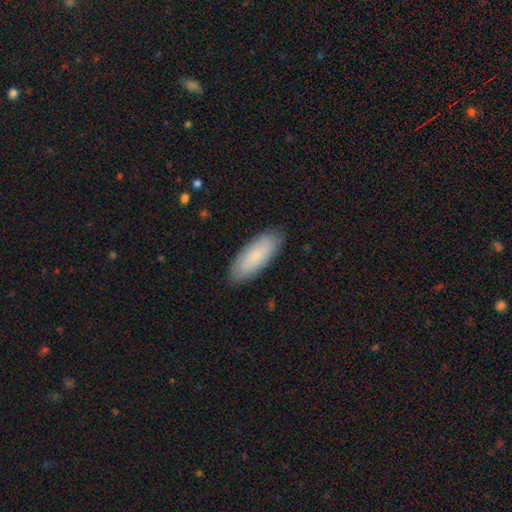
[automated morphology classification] smooth 78%, featured or disk 17%, star or artifact 6%. Down the decision tree: how rounded — in between (73%); merging — none (87%).